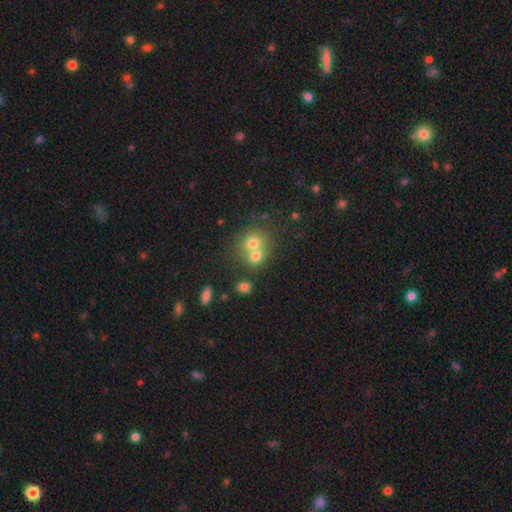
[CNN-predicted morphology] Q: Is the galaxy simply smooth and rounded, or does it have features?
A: smooth — 70%.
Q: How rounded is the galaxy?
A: round — 74%.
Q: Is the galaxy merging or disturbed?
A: merger — 59%.